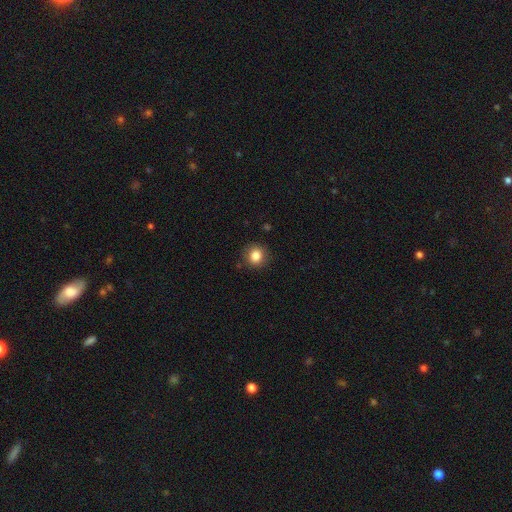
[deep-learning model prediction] smooth 84%, star or artifact 10%, featured or disk 5%. Down the decision tree: how rounded — round (87%); merging — none (88%).